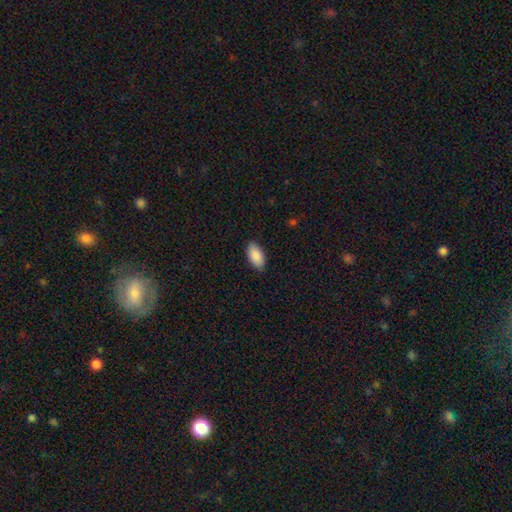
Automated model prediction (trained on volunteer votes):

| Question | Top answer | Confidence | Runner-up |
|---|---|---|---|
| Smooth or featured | smooth | 90% | star or artifact (6%) |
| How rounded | in between | 94% | cigar-shaped (4%) |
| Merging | none | 86% | minor disturbance (11%) |